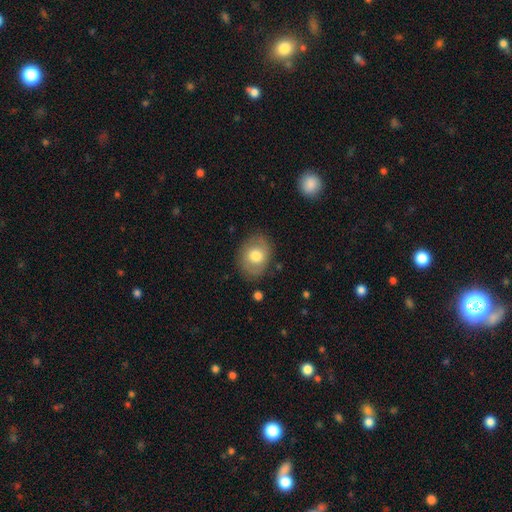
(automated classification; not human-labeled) smooth-or-featured: smooth: 65% | featured or disk: 27% | star or artifact: 7%
  how-rounded: in between: 53% | round: 46% | cigar-shaped: 1%
  merging: none: 81% | minor disturbance: 13% | major disturbance: 4% | merger: 2%